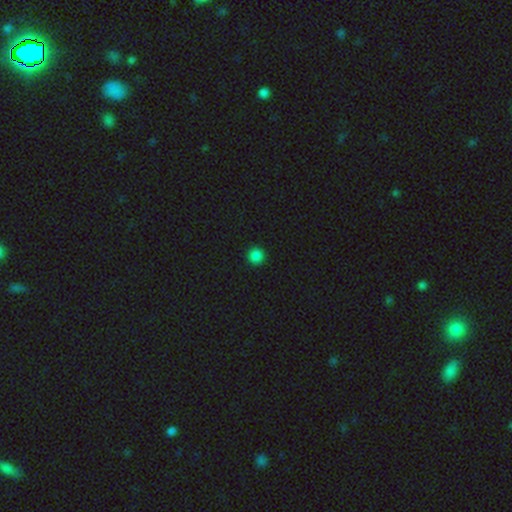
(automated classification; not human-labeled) Smooth or featured? smooth (85%)
How rounded? round (95%)
Merging? none (93%)